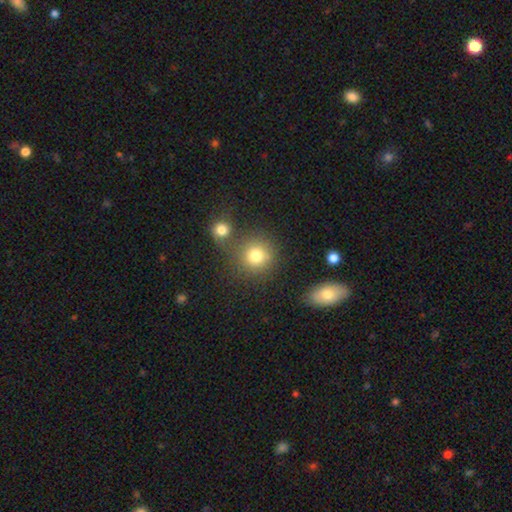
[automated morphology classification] A smooth galaxy with no disk features (79%) that is round (91%).

Vote fractions:
- Smooth or featured? smooth: 79% / star or artifact: 13% / featured or disk: 8%
- How rounded? round: 91% / in between: 8% / cigar-shaped: 1%
- Merging? none: 65% / merger: 22% / minor disturbance: 8% / major disturbance: 4%